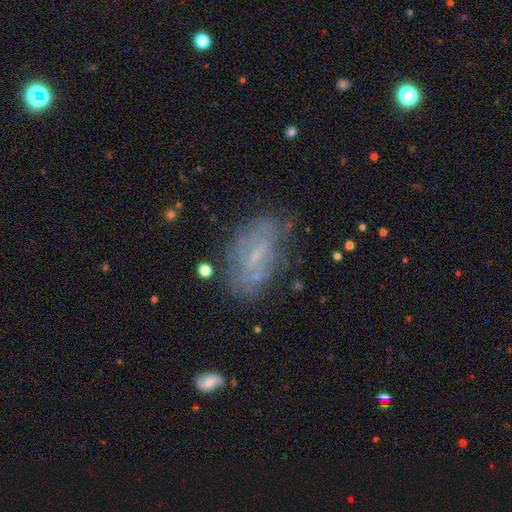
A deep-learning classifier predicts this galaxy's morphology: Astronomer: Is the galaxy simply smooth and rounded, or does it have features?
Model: featured or disk — 52% (runner-up: smooth, 36%).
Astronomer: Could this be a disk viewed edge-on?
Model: no — 92%.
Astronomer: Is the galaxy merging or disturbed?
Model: none — 66%.